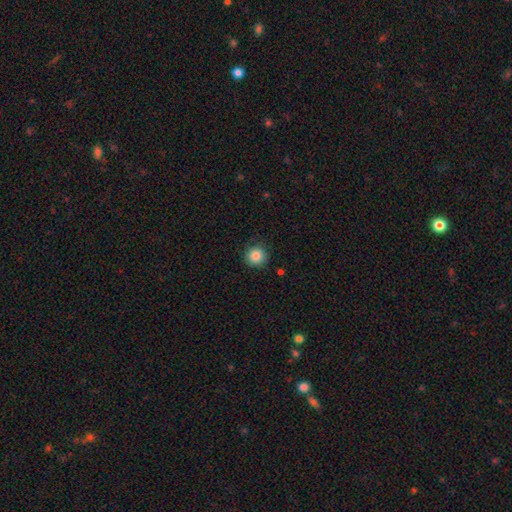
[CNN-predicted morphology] Smooth or featured? Predicted: smooth (p=0.86). How rounded? Predicted: round (p=0.94). Merging? Predicted: none (p=0.87).